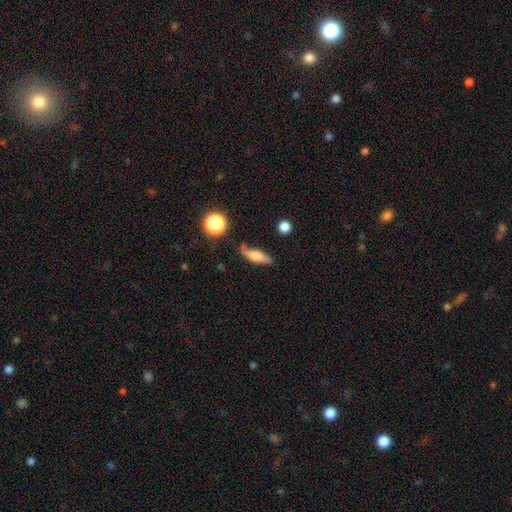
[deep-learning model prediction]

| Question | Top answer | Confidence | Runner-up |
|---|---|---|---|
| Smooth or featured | smooth | 54% | featured or disk (38%) |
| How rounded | cigar-shaped | 56% | in between (38%) |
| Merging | none | 73% | minor disturbance (18%) |